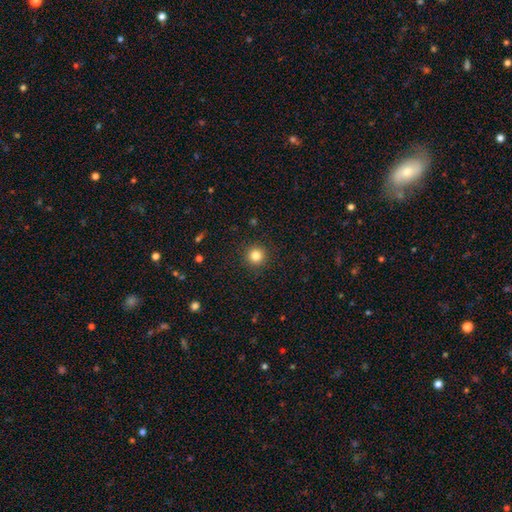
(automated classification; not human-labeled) A smooth galaxy with no disk features (83%) that is round (95%). Merging: none (92%).